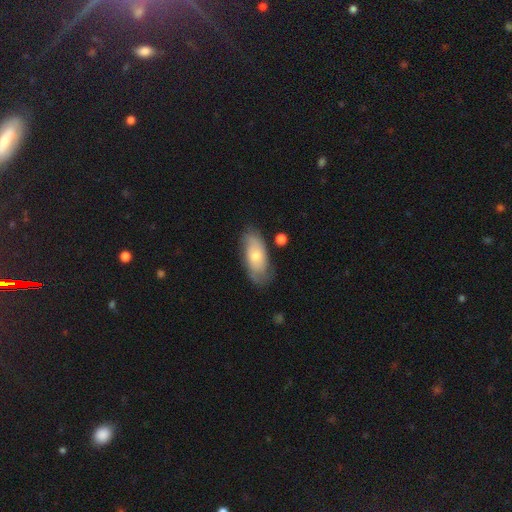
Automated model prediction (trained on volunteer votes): This appears to be a smooth galaxy with no disk features (52%) that is in between round and cigar-shaped (87%). Merging: none (67%).